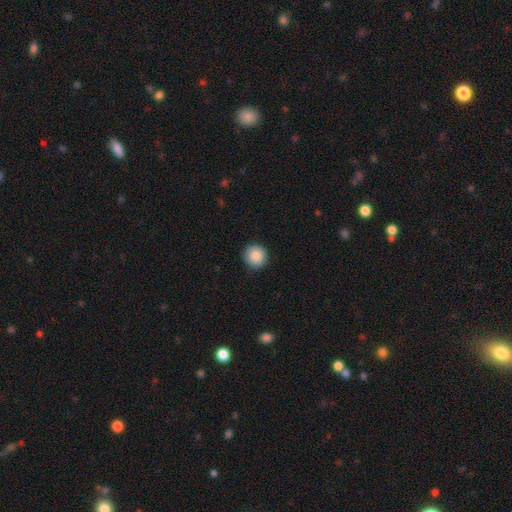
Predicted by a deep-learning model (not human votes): Smooth or featured?
  - smooth: 88% *
  - star or artifact: 8%
  - featured or disk: 4%
How rounded?
  - round: 94% *
  - in between: 5%
  - cigar-shaped: 1%
Merging?
  - none: 90% *
  - minor disturbance: 7%
  - major disturbance: 2%
  - merger: 1%